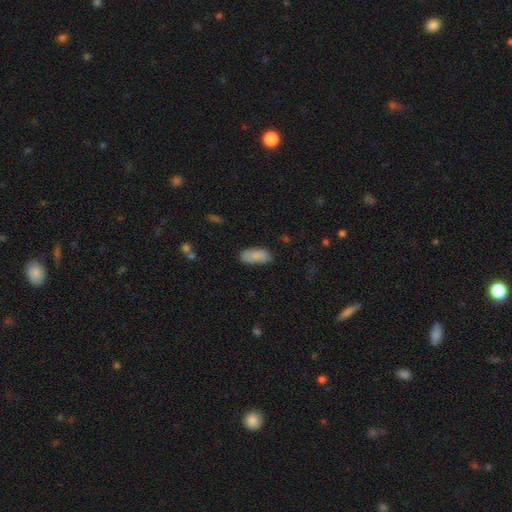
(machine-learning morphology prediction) A smooth galaxy with no disk features (85%) that is in between round and cigar-shaped (88%).

Vote fractions:
- Smooth or featured? smooth: 85% / featured or disk: 9% / star or artifact: 6%
- How rounded? in between: 88% / cigar-shaped: 10% / round: 2%
- Merging? none: 76% / minor disturbance: 19% / major disturbance: 4% / merger: 2%